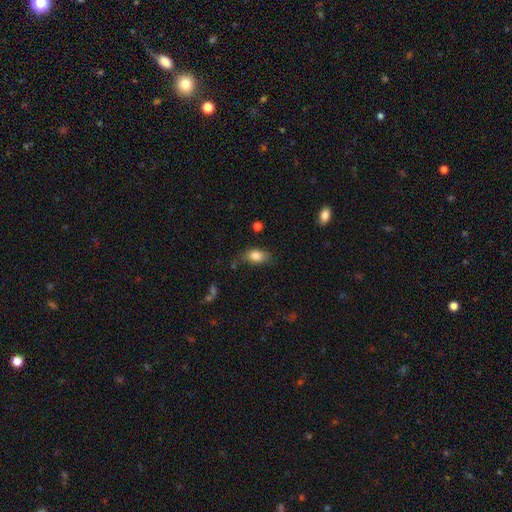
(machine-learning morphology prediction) Smooth or featured: smooth — 83% (featured or disk — 9%)
How rounded: in between — 86% (round — 10%)
Merging: none — 63% (minor disturbance — 26%)